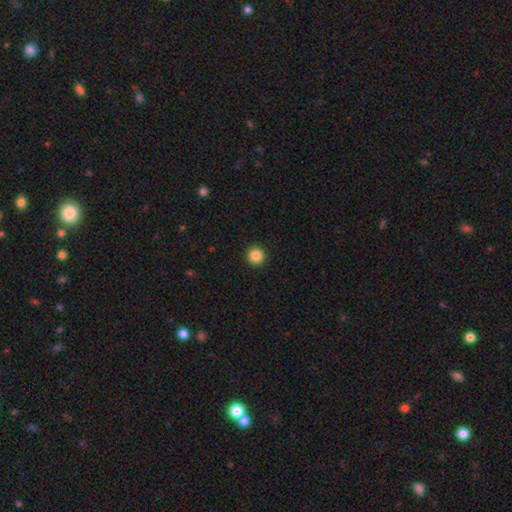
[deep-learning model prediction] Smooth or featured? smooth (86%)
How rounded? round (96%)
Merging? none (93%)